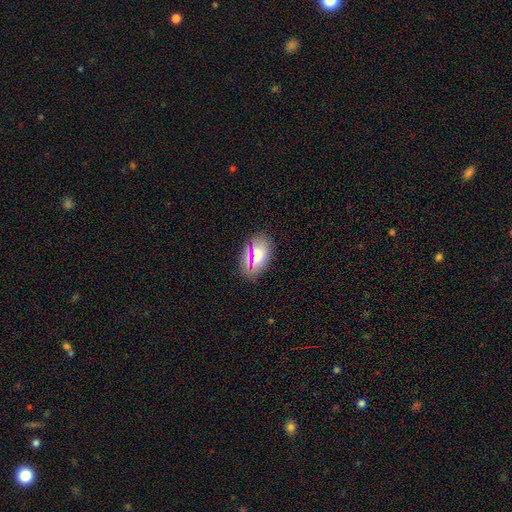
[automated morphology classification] Smooth or featured?
  - smooth: 68% *
  - featured or disk: 17%
  - star or artifact: 14%
How rounded?
  - in between: 83% *
  - round: 14%
  - cigar-shaped: 3%
Merging?
  - none: 84% *
  - minor disturbance: 11%
  - major disturbance: 3%
  - merger: 1%